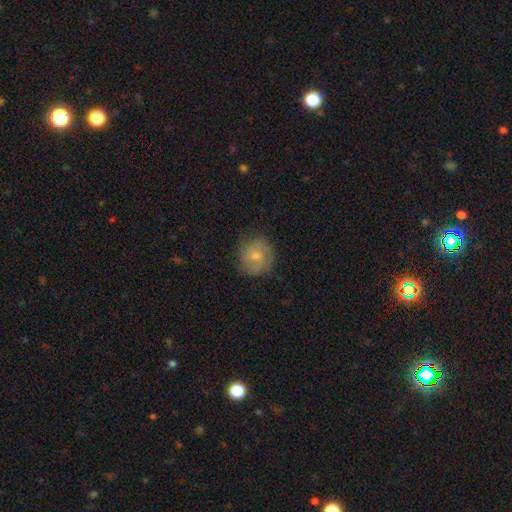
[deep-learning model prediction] Smooth or featured: smooth — 58% (featured or disk — 35%)
How rounded: round — 87% (in between — 12%)
Merging: none — 78% (minor disturbance — 16%)